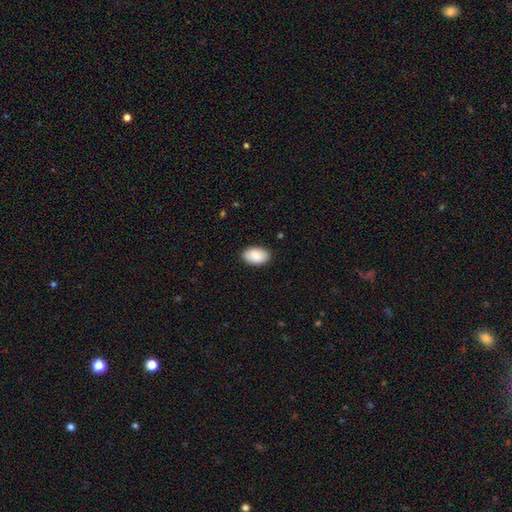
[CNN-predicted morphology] A smooth galaxy with no disk features (88%) that is in between round and cigar-shaped (94%). Merging: none (88%).